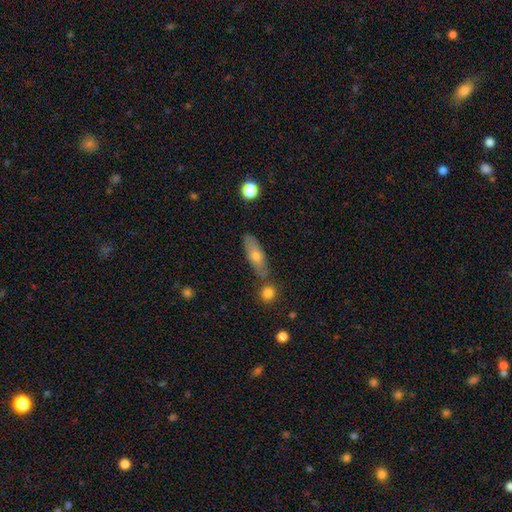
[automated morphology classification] Smooth or featured? smooth (63%)
How rounded? in between (54%)
Merging? none (70%)